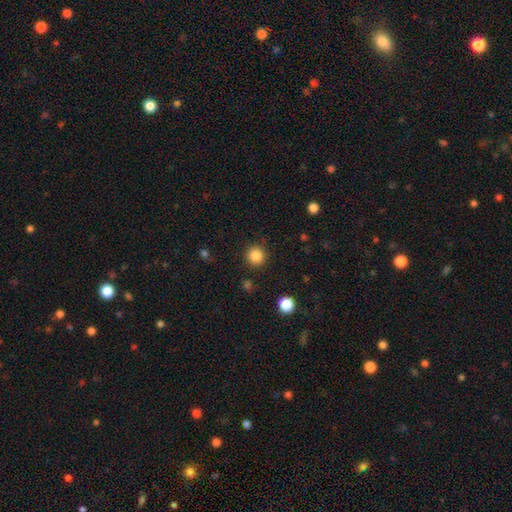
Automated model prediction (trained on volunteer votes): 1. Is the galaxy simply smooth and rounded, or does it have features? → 85% smooth, 11% star or artifact, 3% featured or disk.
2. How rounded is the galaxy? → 94% round, 5% in between, 1% cigar-shaped.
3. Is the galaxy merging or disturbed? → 90% none, 6% minor disturbance, 3% major disturbance, 1% merger.